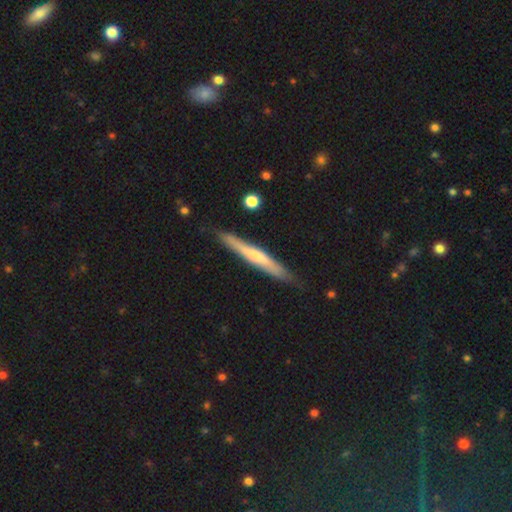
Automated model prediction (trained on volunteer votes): Overall: smooth (48%; featured or disk 46%). Merging: none (85%).